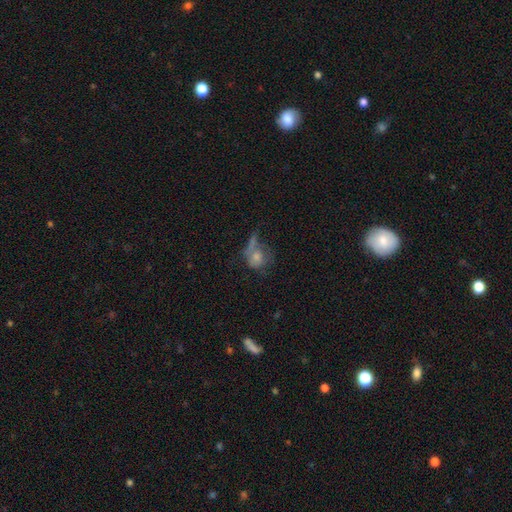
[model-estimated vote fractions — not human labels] smooth_or_featured: smooth (p=0.58) [alt: featured or disk p=0.30]
how_rounded: round (p=0.62) [alt: in between p=0.35]
merging: major disturbance (p=0.32) [alt: none p=0.30]